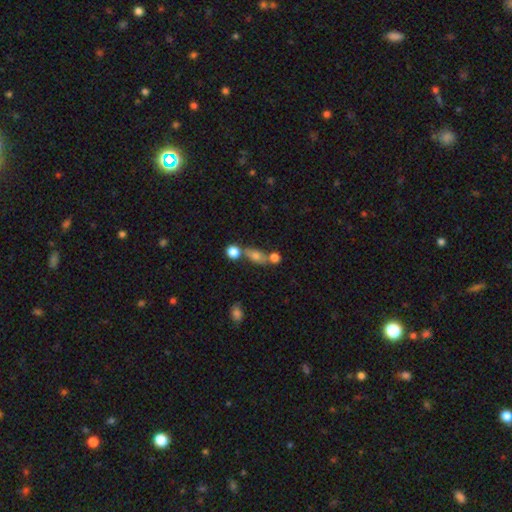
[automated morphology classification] This appears to be a smooth galaxy with no disk features (61%) that is in between round and cigar-shaped (53%). Merging: none (53%).